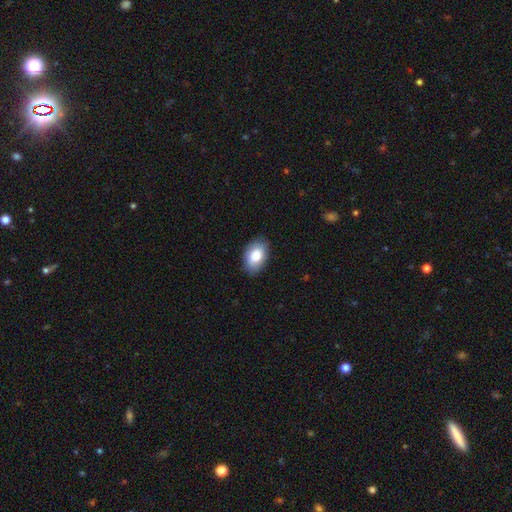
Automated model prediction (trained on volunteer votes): smooth_or_featured: smooth (p=0.82) [alt: featured or disk p=0.11]
how_rounded: in between (p=0.90) [alt: round p=0.09]
merging: none (p=0.84) [alt: minor disturbance p=0.12]